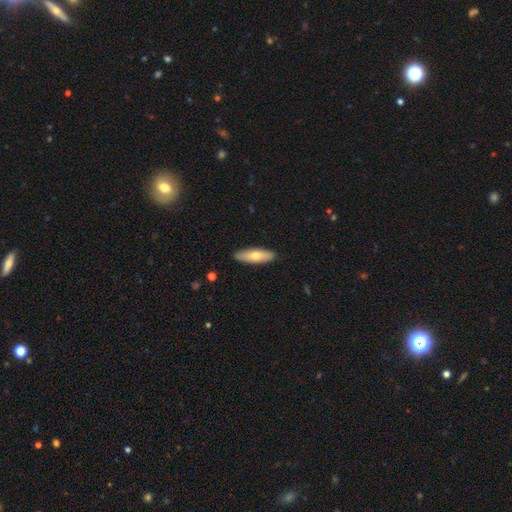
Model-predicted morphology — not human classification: Smooth or featured: smooth — 68% (featured or disk — 27%)
How rounded: in between — 53% (cigar-shaped — 45%)
Merging: none — 90% (minor disturbance — 8%)